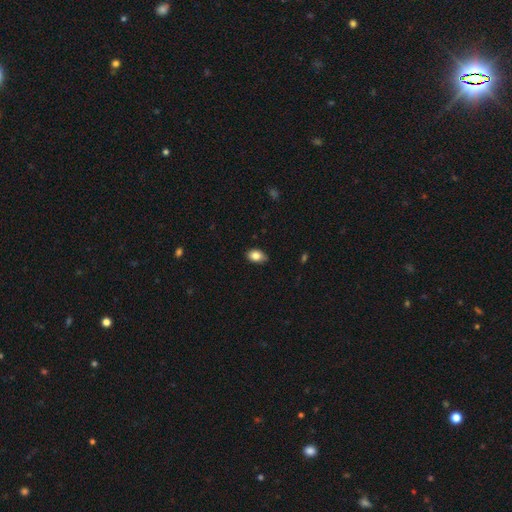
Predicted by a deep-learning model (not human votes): A smooth galaxy with no disk features (84%) that is in between round and cigar-shaped (83%). Merging: none (79%).